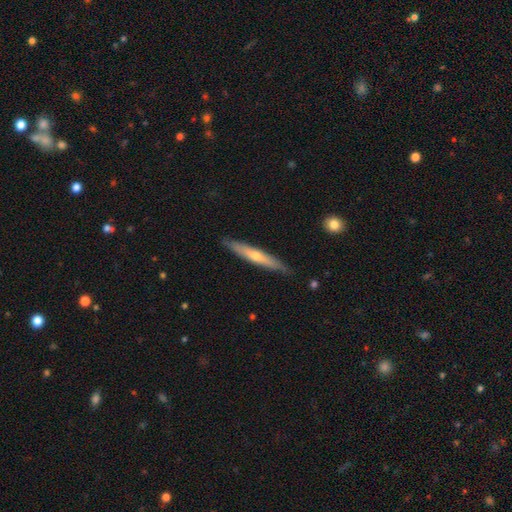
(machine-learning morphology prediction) A featured or disk galaxy (60%) viewed edge-on (93%) with a rounded central bulge (74%).

Vote fractions:
- Smooth or featured? featured or disk: 60% / smooth: 33% / star or artifact: 7%
- Edge-on disk? yes: 93% / no: 7%
- Edge-on bulge? rounded: 74% / none: 23% / boxy: 3%
- Merging? none: 89% / minor disturbance: 9% / major disturbance: 1% / merger: 1%